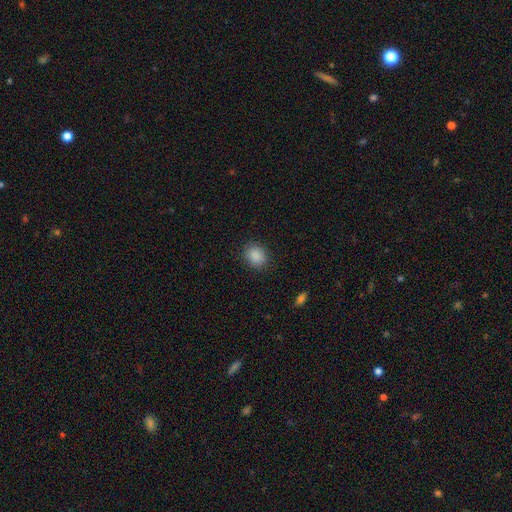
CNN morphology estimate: A smooth galaxy with no disk features (88%) that is round (58%). Merging: none (88%).